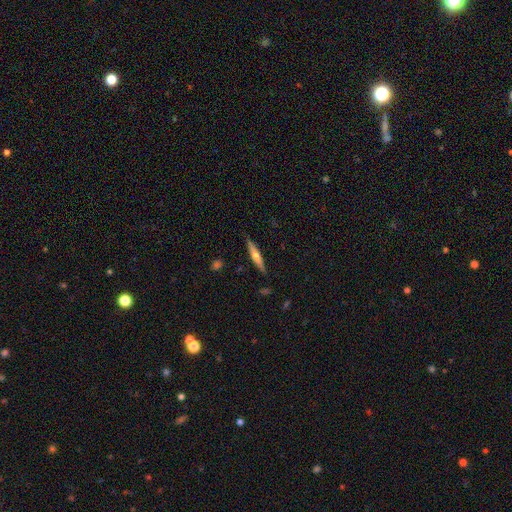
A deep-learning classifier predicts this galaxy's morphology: smooth_or_featured: featured or disk (p=0.55) [alt: smooth p=0.39]
disk_edge_on: yes (p=0.95) [alt: no p=0.05]
edge_on_bulge: rounded (p=0.85) [alt: none p=0.11]
merging: none (p=0.87) [alt: minor disturbance p=0.10]